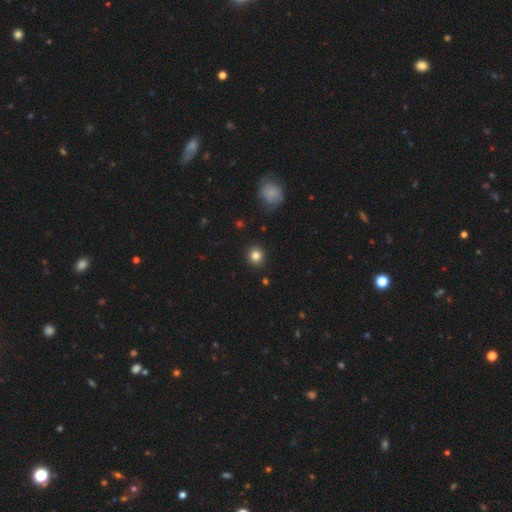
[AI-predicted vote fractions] Q: Smooth or featured?
A: smooth (83%); runner-up: star or artifact (11%)
Q: How rounded?
A: round (89%); runner-up: in between (10%)
Q: Merging?
A: none (90%); runner-up: minor disturbance (7%)